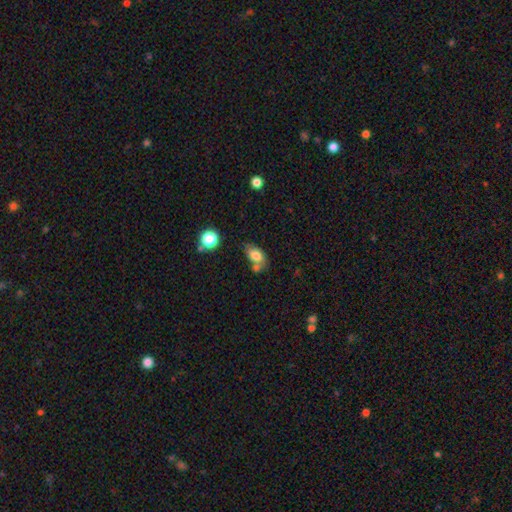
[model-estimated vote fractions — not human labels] Smooth or featured: smooth — 77% (featured or disk — 14%)
How rounded: in between — 86% (round — 11%)
Merging: none — 48% (merger — 28%)